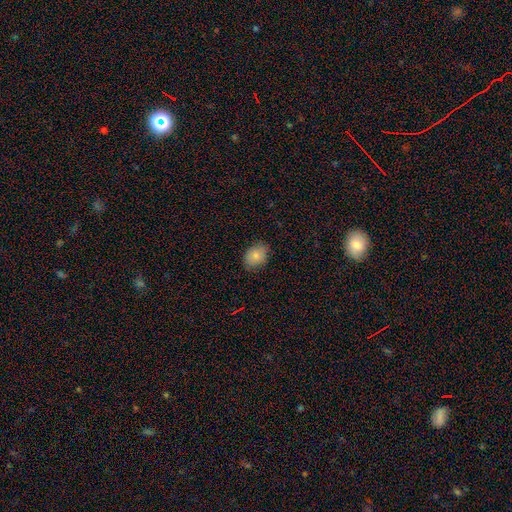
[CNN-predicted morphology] Overall: smooth (84%). How rounded: in between (73%). Merging: none (82%).